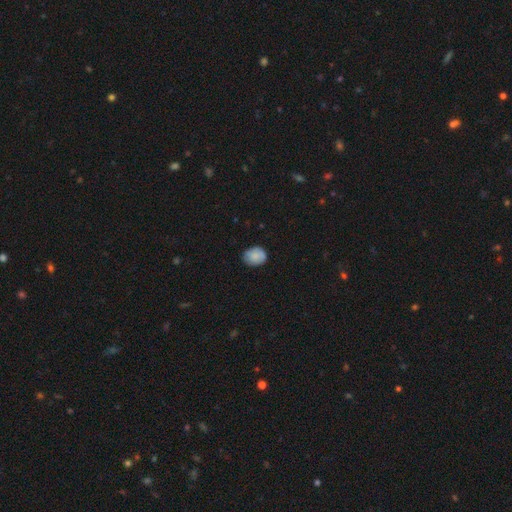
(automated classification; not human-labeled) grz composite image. It shows a smooth galaxy with no disk features (82%) that is round (52%). Merging: none (74%).